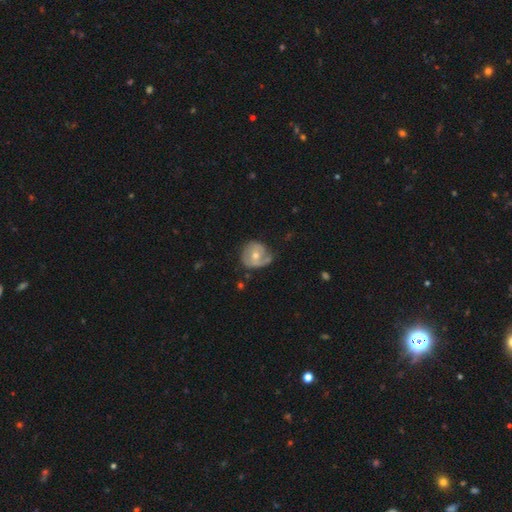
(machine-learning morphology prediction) This is possibly a featured or disk galaxy (59%). It is clearly not viewed edge-on (97%). Bar: likely no (65%). Spiral arm pattern: likely yes (70%). Central bulge: likely moderate (60%). Merging: possibly none (52%).